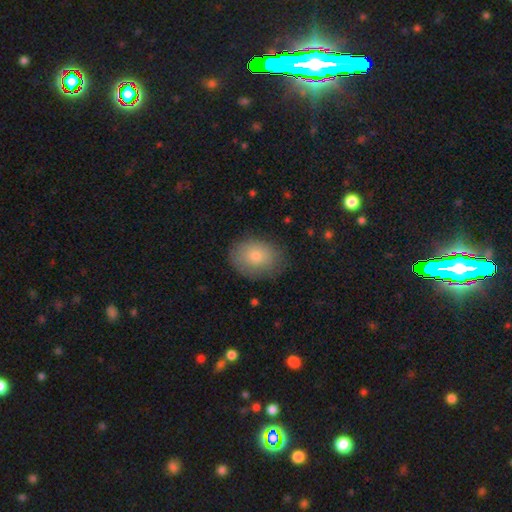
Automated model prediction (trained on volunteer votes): Smooth or featured: smooth — 77% (featured or disk — 14%)
How rounded: in between — 65% (round — 33%)
Merging: none — 79% (minor disturbance — 16%)